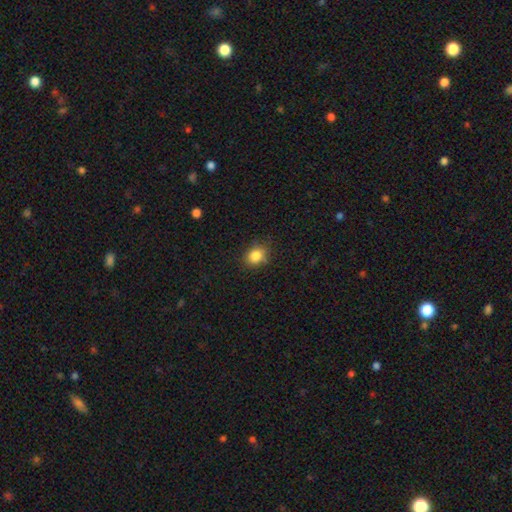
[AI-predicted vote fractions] smooth_or_featured: smooth (p=0.84) [alt: star or artifact p=0.11]
how_rounded: round (p=0.59) [alt: in between p=0.40]
merging: none (p=0.78) [alt: minor disturbance p=0.17]